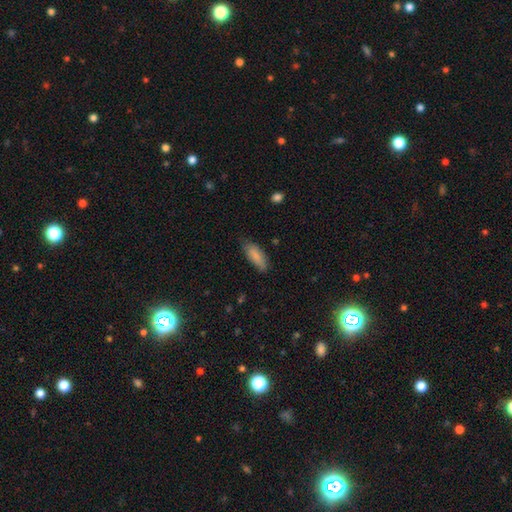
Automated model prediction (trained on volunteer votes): Smooth or featured? smooth (84%)
How rounded? in between (73%)
Merging? none (72%)